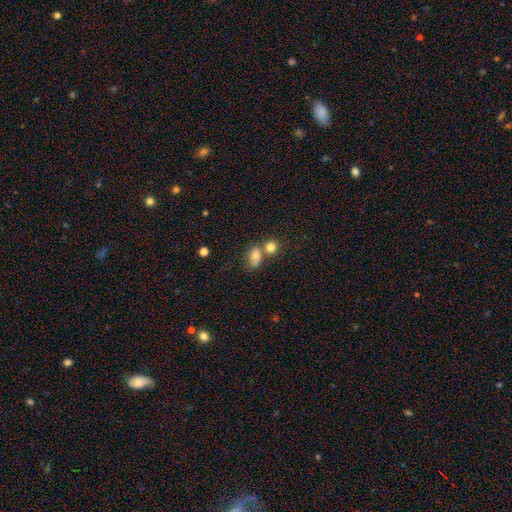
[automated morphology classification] Smooth or featured? smooth (74%)
How rounded? in between (65%)
Merging? merger (45%)